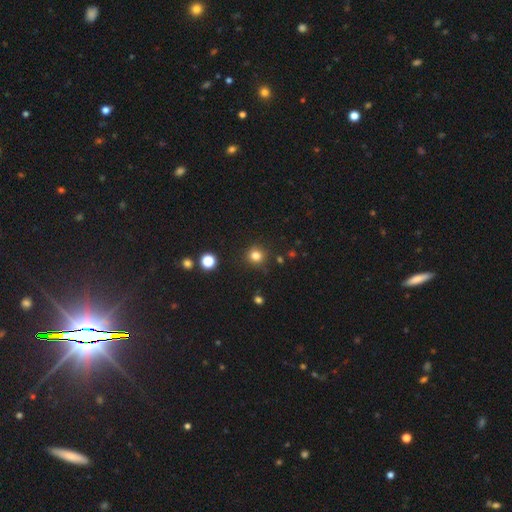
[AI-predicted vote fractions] Smooth or featured: smooth — 80% (star or artifact — 15%)
How rounded: round — 93% (in between — 6%)
Merging: none — 88% (minor disturbance — 7%)